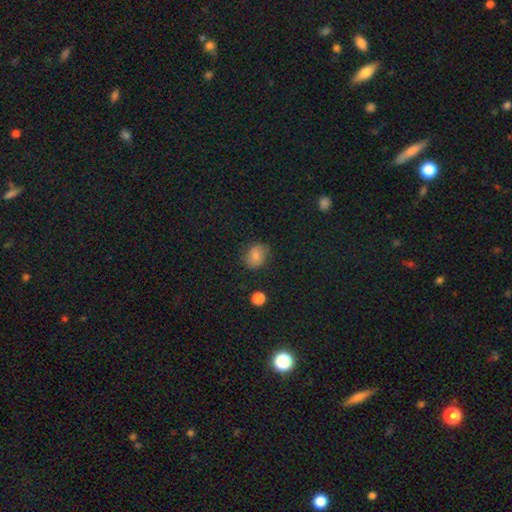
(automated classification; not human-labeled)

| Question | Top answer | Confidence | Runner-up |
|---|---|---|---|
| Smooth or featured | smooth | 79% | star or artifact (12%) |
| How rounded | round | 50% | in between (49%) |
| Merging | none | 75% | minor disturbance (18%) |